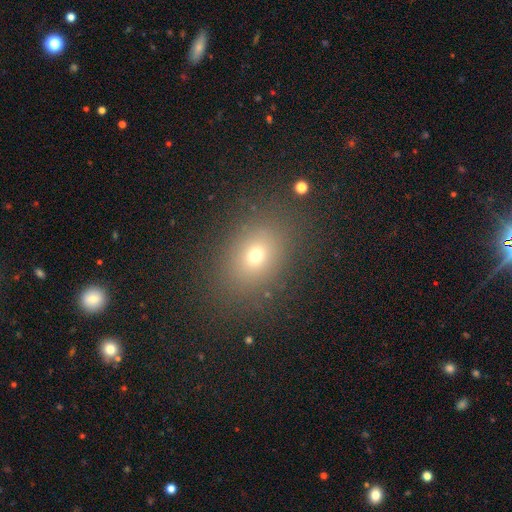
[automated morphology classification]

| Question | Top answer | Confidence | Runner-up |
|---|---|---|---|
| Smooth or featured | smooth | 68% | star or artifact (19%) |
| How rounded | in between | 64% | round (35%) |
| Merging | none | 85% | minor disturbance (9%) |